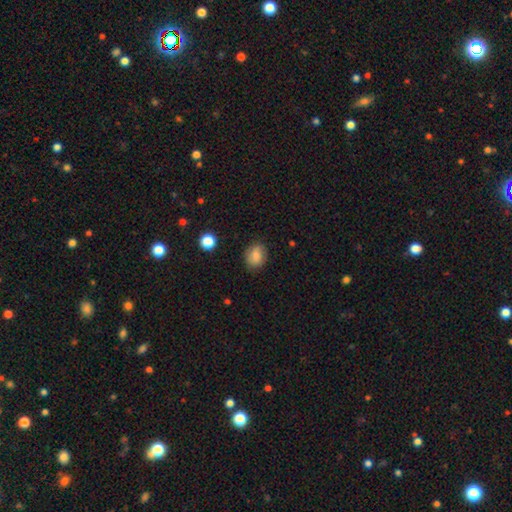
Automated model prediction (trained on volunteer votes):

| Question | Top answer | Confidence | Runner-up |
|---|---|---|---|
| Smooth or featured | smooth | 82% | star or artifact (9%) |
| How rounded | in between | 50% | round (49%) |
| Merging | none | 80% | minor disturbance (15%) |